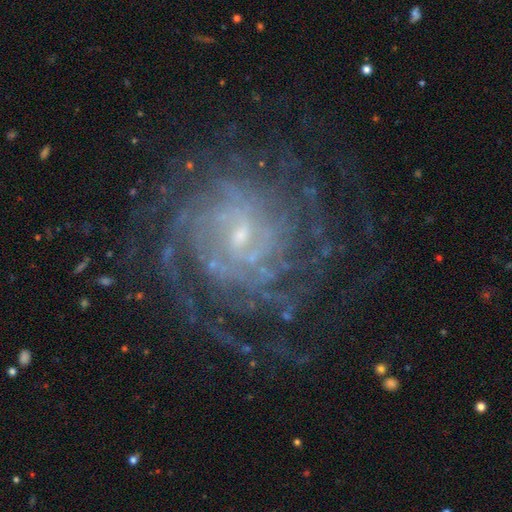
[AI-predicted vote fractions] smooth_or_featured: featured or disk (p=0.87) [alt: star or artifact p=0.07]
disk_edge_on: no (p=0.98) [alt: yes p=0.02]
bar: no (p=0.44) [alt: weak p=0.43]
has_spiral_arms: yes (p=0.97) [alt: no p=0.03]
spiral_winding: tight (p=0.76) [alt: medium p=0.20]
spiral_arm_count: can't tell (p=0.32) [alt: more than 4 p=0.22]
bulge_size: small (p=0.79) [alt: moderate p=0.15]
merging: none (p=0.77) [alt: minor disturbance p=0.13]